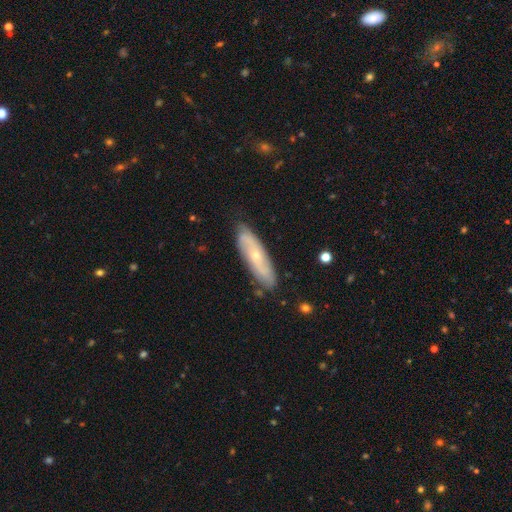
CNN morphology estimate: Smooth or featured?
  - featured or disk: 60% *
  - smooth: 33%
  - star or artifact: 6%
Edge-on disk?
  - no: 69% *
  - yes: 31%
Merging?
  - none: 82% *
  - minor disturbance: 14%
  - major disturbance: 2%
  - merger: 2%